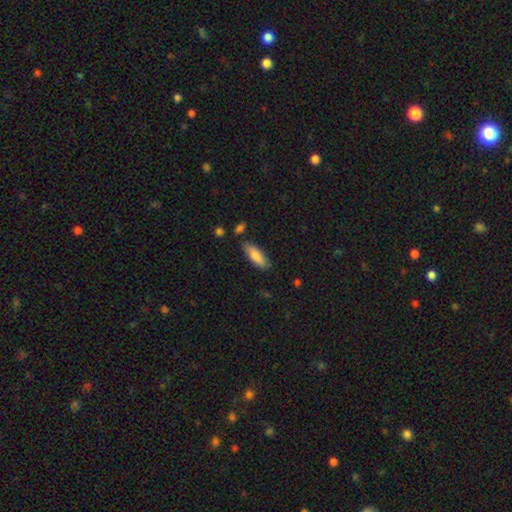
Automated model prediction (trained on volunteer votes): smooth_or_featured: smooth (p=0.82) [alt: featured or disk p=0.12]
how_rounded: in between (p=0.61) [alt: cigar-shaped p=0.38]
merging: none (p=0.81) [alt: minor disturbance p=0.14]